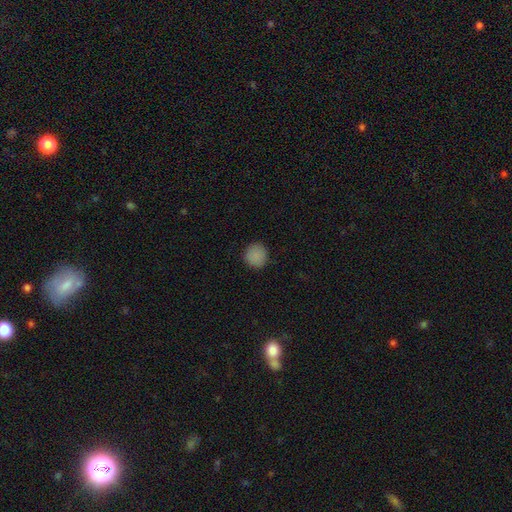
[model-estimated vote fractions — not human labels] smooth-or-featured: smooth: 87% | star or artifact: 10% | featured or disk: 3%
  how-rounded: round: 93% | in between: 6% | cigar-shaped: 1%
  merging: none: 90% | minor disturbance: 7% | major disturbance: 2% | merger: 1%